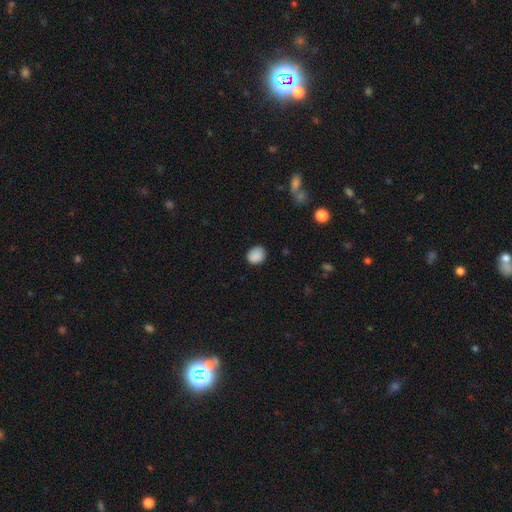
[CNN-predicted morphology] This is clearly a smooth galaxy (88%). How rounded: likely round (64%). Merging: clearly none (83%).